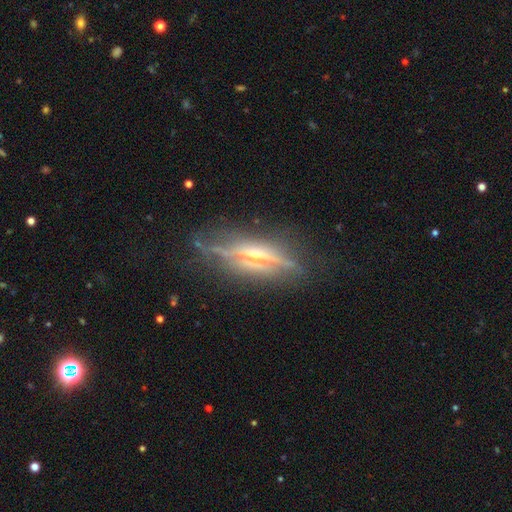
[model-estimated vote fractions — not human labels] Overall: featured or disk (79%). Edge-on disk: yes (91%). Edge-on bulge: rounded (73%). Merging: none (72%).